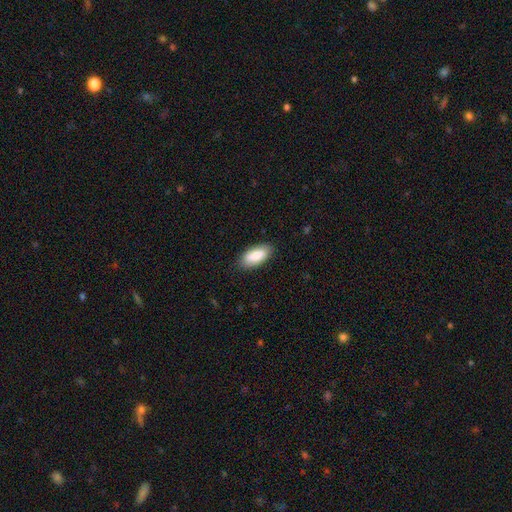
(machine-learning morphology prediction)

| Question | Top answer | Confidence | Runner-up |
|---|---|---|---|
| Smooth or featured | smooth | 86% | featured or disk (8%) |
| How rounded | in between | 90% | cigar-shaped (8%) |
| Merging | none | 86% | minor disturbance (11%) |